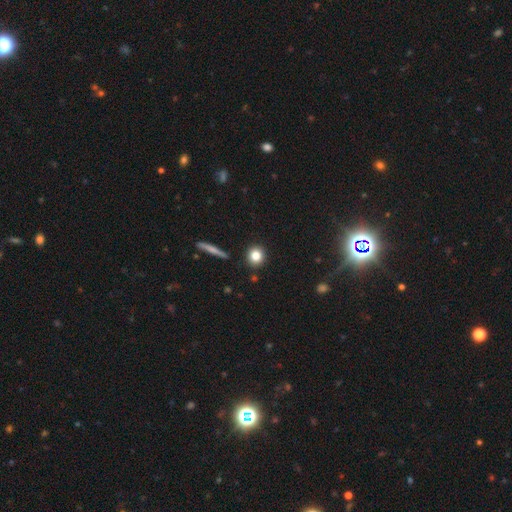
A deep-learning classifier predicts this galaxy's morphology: A smooth galaxy with no disk features (81%) that is round (88%). Merging: none (90%).